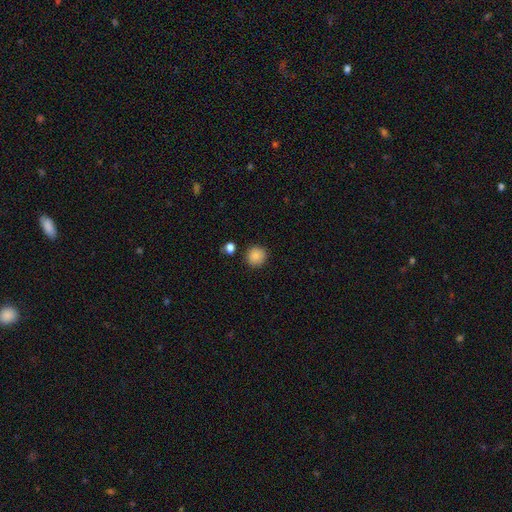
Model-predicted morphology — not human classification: smooth_or_featured: smooth (p=0.86) [alt: star or artifact p=0.09]
how_rounded: round (p=0.92) [alt: in between p=0.07]
merging: none (p=0.88) [alt: minor disturbance p=0.07]